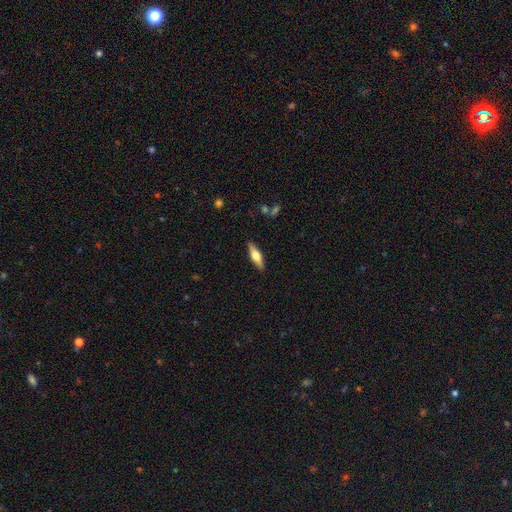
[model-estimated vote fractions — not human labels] This is possibly a featured or disk galaxy (49%). Merging: clearly none (88%).